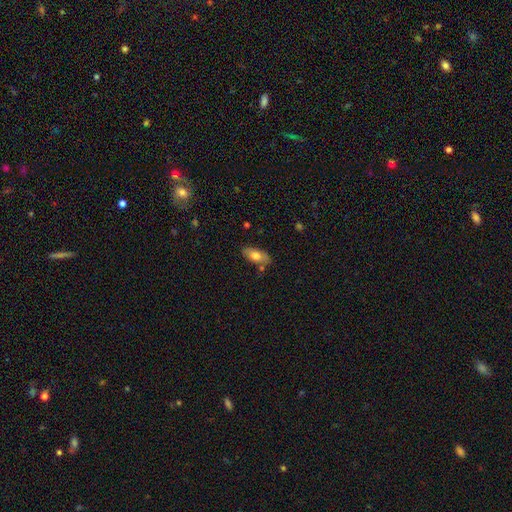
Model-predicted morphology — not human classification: Smooth or featured? smooth (70%)
How rounded? in between (87%)
Merging? none (75%)